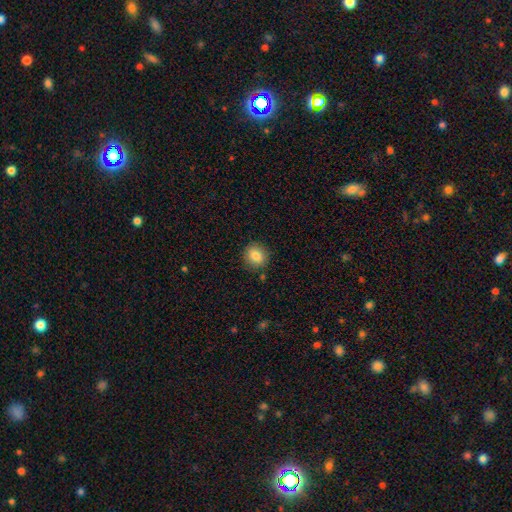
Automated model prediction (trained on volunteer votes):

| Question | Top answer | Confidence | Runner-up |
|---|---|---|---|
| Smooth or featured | smooth | 84% | star or artifact (9%) |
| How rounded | round | 79% | in between (20%) |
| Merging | none | 87% | minor disturbance (9%) |